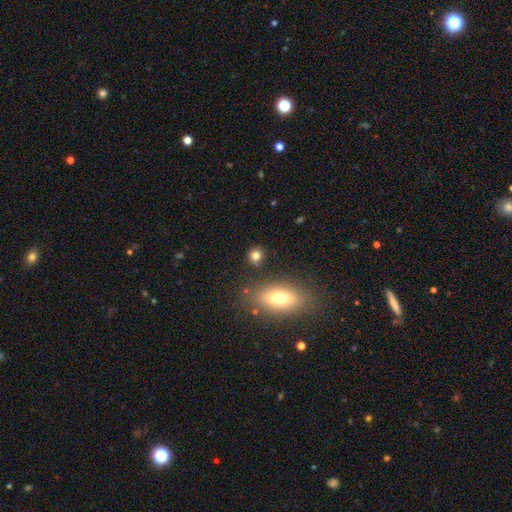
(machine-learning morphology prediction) type=smooth (80%); roundness=round (78%); merging=none (83%).